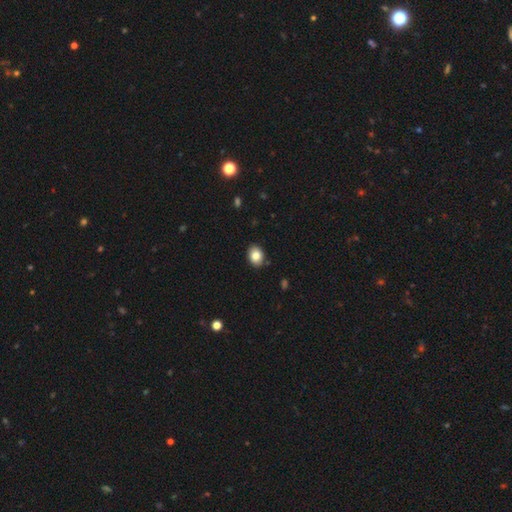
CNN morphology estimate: A smooth galaxy with no disk features (84%) that is in between round and cigar-shaped (64%). Merging: none (87%).